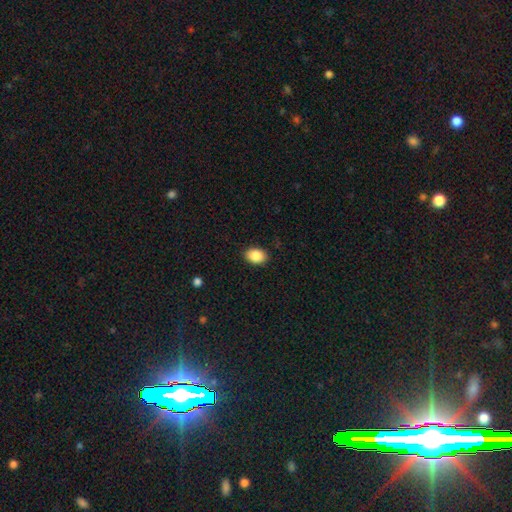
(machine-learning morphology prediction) Q: Smooth or featured?
A: smooth (88%); runner-up: star or artifact (8%)
Q: How rounded?
A: in between (80%); runner-up: round (19%)
Q: Merging?
A: none (89%); runner-up: minor disturbance (8%)